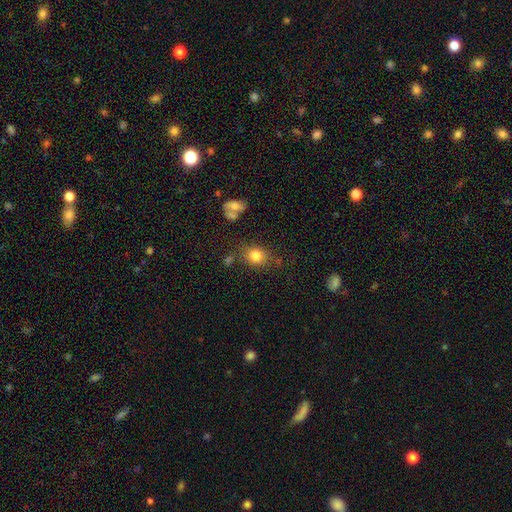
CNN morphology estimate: A smooth galaxy with no disk features (82%) that is round (59%). Merging: none (72%).